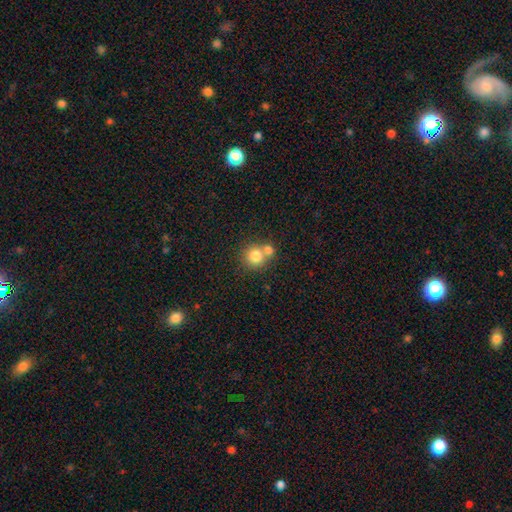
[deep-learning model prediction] Smooth or featured: smooth — 79% (star or artifact — 11%)
How rounded: round — 89% (in between — 10%)
Merging: merger — 47% (none — 44%)